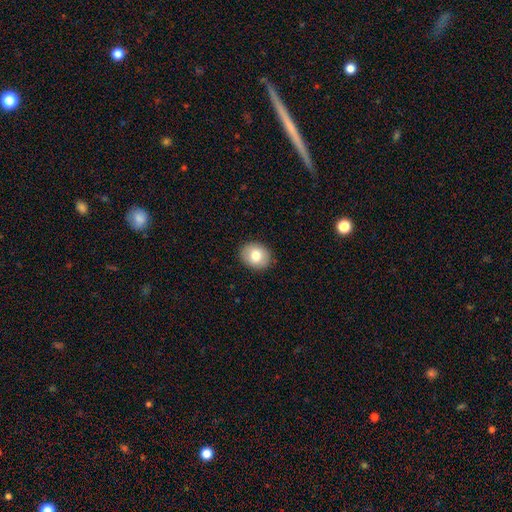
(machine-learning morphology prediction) smooth_or_featured: smooth (p=0.79) [alt: featured or disk p=0.13]
how_rounded: round (p=0.60) [alt: in between p=0.39]
merging: none (p=0.90) [alt: minor disturbance p=0.07]